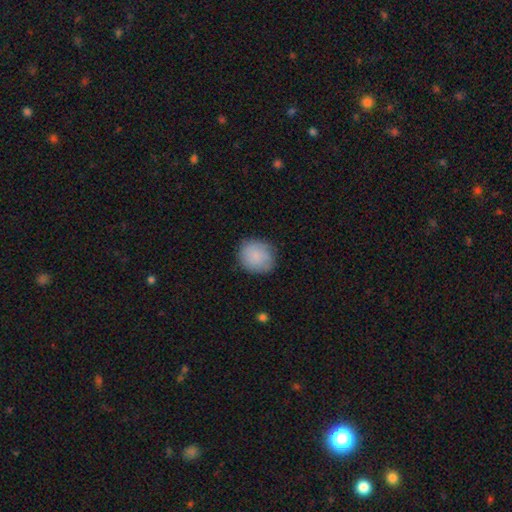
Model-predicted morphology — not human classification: Smooth or featured? Predicted: smooth (p=0.85). How rounded? Predicted: round (p=0.83). Merging? Predicted: none (p=0.81).